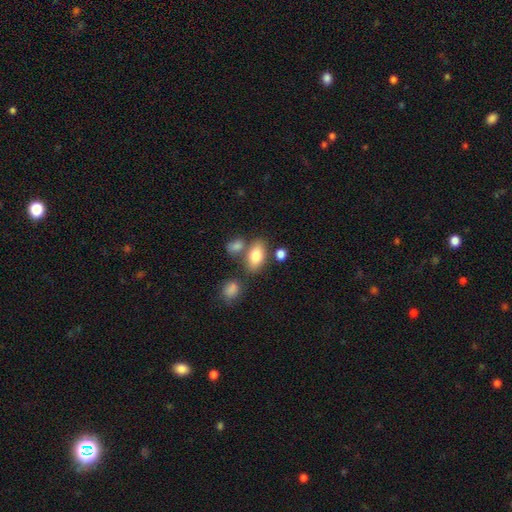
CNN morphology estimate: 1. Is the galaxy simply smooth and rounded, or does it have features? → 79% smooth, 13% featured or disk, 8% star or artifact.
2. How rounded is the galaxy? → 88% in between, 8% round, 4% cigar-shaped.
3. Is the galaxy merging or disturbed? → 67% none, 16% merger, 13% minor disturbance, 4% major disturbance.